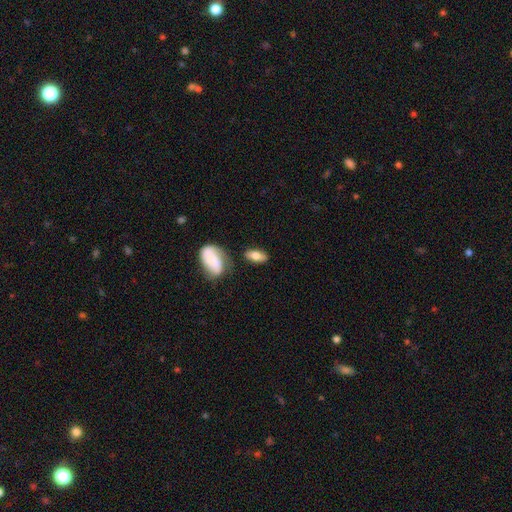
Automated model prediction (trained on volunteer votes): smooth-or-featured: smooth: 68% | featured or disk: 25% | star or artifact: 7%
  how-rounded: in between: 83% | cigar-shaped: 12% | round: 5%
  merging: none: 69% | minor disturbance: 18% | merger: 8% | major disturbance: 5%